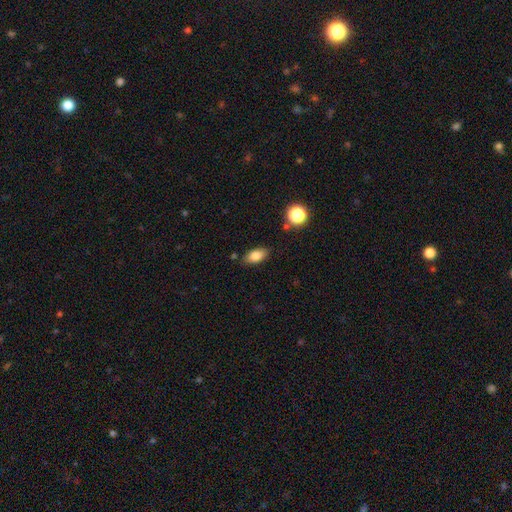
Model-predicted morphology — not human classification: Smooth or featured?
  - smooth: 82% *
  - featured or disk: 9%
  - star or artifact: 9%
How rounded?
  - in between: 88% *
  - cigar-shaped: 6%
  - round: 6%
Merging?
  - none: 81% *
  - minor disturbance: 13%
  - major disturbance: 3%
  - merger: 3%